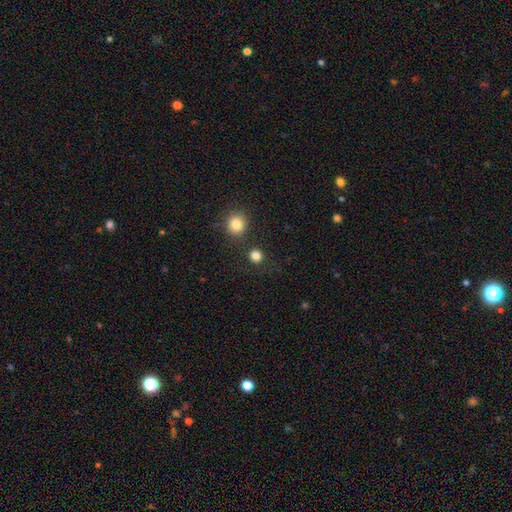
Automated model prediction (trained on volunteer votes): Smooth or featured? Predicted: smooth (p=0.83). How rounded? Predicted: round (p=0.91). Merging? Predicted: none (p=0.84).